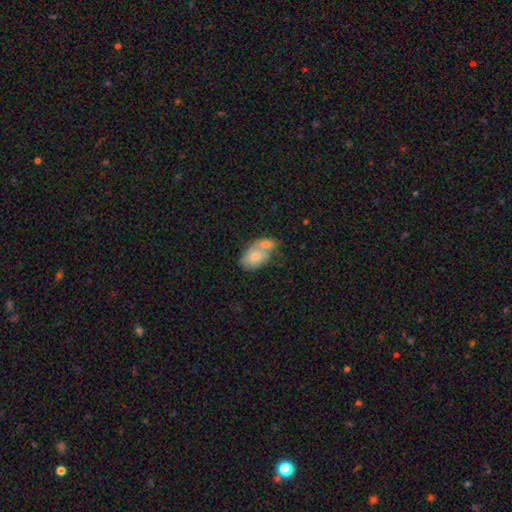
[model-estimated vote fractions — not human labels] Smooth or featured?
  - smooth: 71% *
  - featured or disk: 23%
  - star or artifact: 6%
How rounded?
  - in between: 88% *
  - round: 11%
  - cigar-shaped: 1%
Merging?
  - merger: 57% *
  - none: 22%
  - minor disturbance: 14%
  - major disturbance: 7%